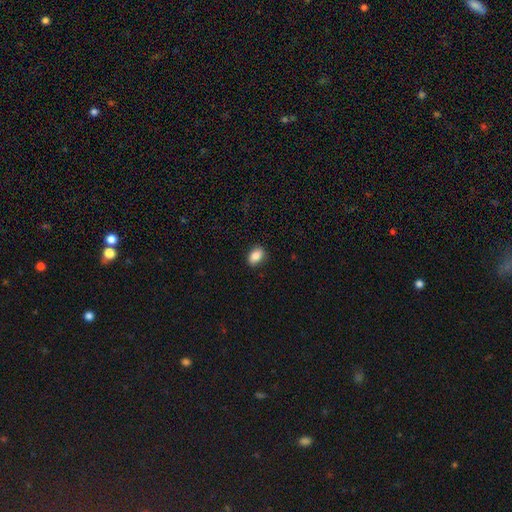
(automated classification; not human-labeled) Morphology: type=smooth (87%); roundness=in between (81%); merging=none (88%).